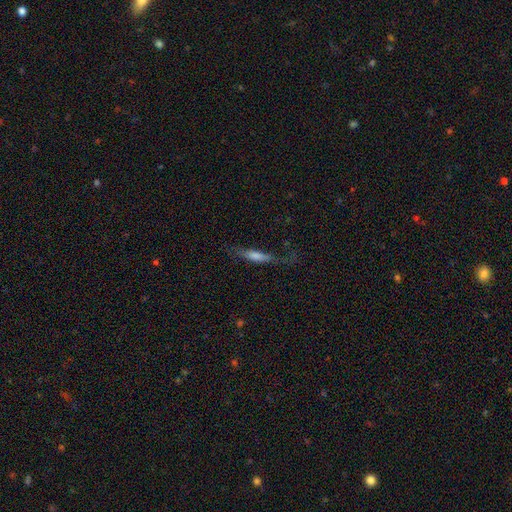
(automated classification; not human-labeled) A smooth galaxy with no disk features (46%). Merging: none (56%).